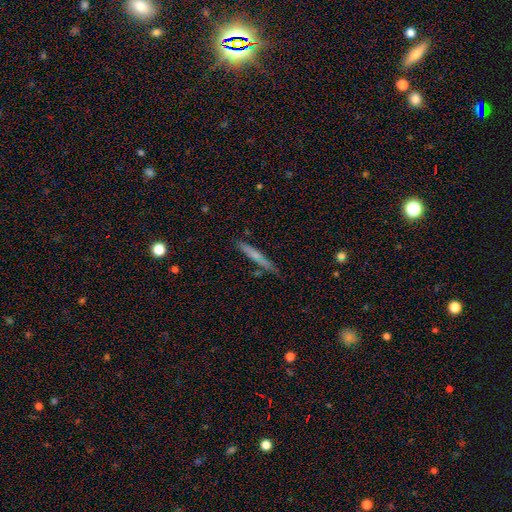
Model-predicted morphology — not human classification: smooth-or-featured: smooth: 51% | featured or disk: 42% | star or artifact: 7%
  how-rounded: cigar-shaped: 94% | in between: 4% | round: 2%
  merging: none: 79% | minor disturbance: 15% | merger: 4% | major disturbance: 3%